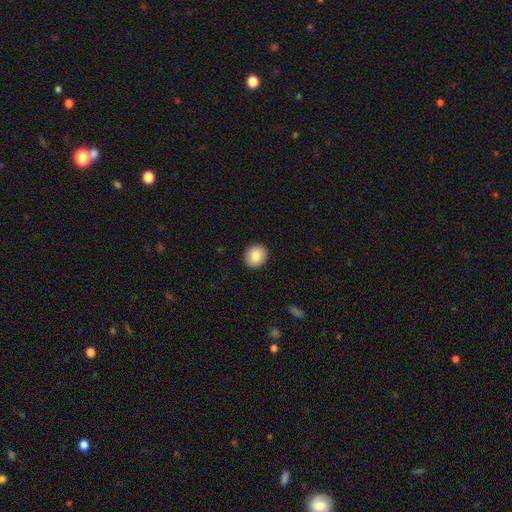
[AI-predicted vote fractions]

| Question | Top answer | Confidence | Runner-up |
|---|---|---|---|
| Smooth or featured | smooth | 86% | star or artifact (8%) |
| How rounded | round | 70% | in between (29%) |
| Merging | none | 92% | minor disturbance (6%) |